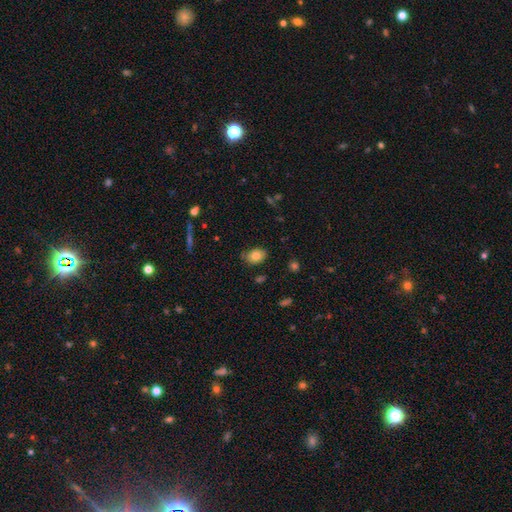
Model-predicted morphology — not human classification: A smooth galaxy with no disk features (80%) that is in between round and cigar-shaped (77%). Merging: none (79%).